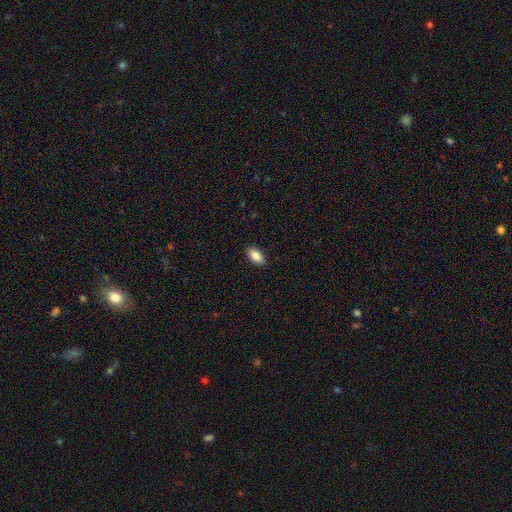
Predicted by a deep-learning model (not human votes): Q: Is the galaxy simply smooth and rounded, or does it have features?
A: smooth — 87%.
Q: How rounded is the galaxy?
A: in between — 92%.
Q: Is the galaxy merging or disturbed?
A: none — 89%.